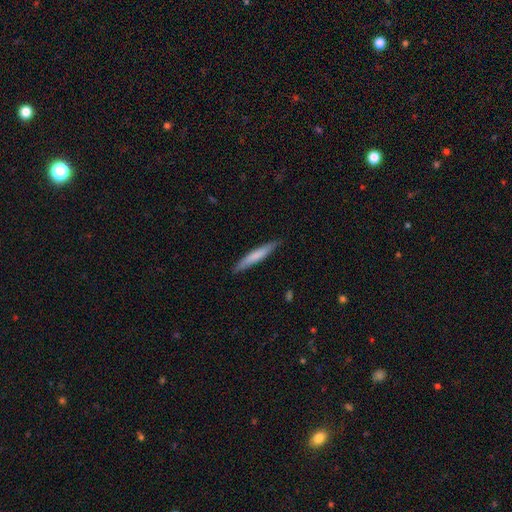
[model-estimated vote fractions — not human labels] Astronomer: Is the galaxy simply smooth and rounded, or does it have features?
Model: smooth — 68%.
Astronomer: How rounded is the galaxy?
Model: cigar-shaped — 94%.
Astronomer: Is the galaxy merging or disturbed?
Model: none — 88%.